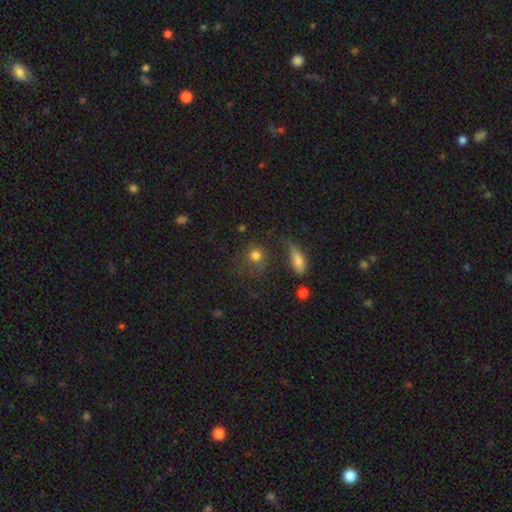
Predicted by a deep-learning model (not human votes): smooth 76%, star or artifact 14%, featured or disk 10%. Down the decision tree: how rounded — round (77%); merging — none (61%).